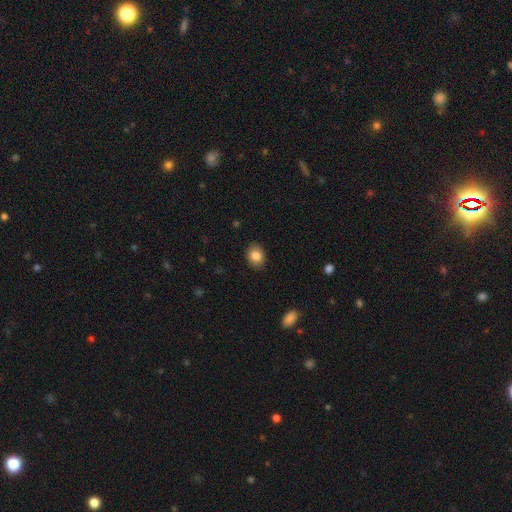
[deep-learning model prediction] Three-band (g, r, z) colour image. It shows a smooth galaxy with no disk features (85%) that is in between round and cigar-shaped (54%). Merging: none (88%).